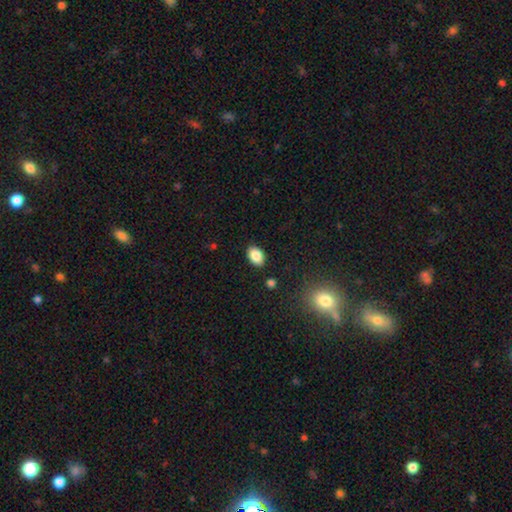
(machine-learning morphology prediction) Q: Smooth or featured?
A: smooth (87%); runner-up: star or artifact (8%)
Q: How rounded?
A: in between (87%); runner-up: round (12%)
Q: Merging?
A: none (87%); runner-up: minor disturbance (10%)